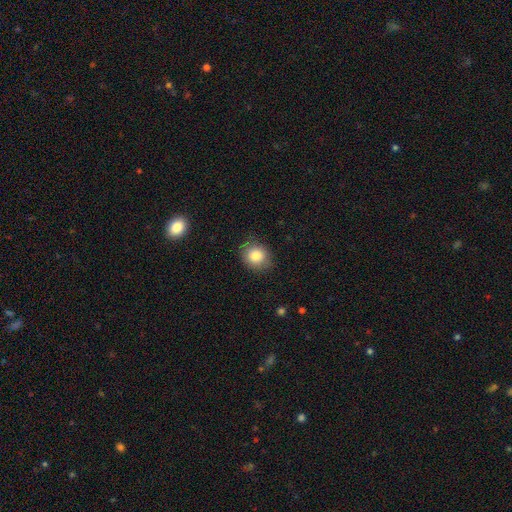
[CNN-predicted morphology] Overall: smooth (82%). How rounded: round (73%). Merging: none (80%).